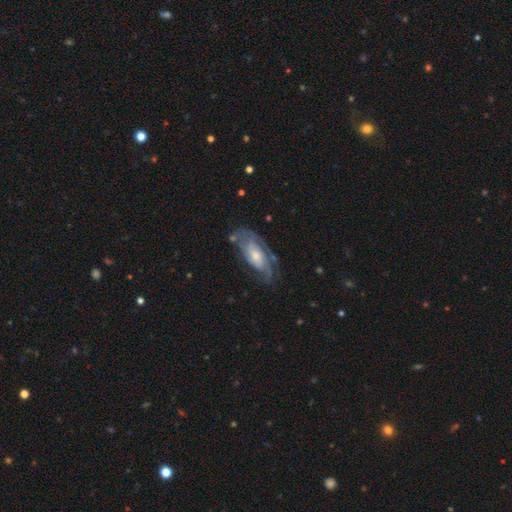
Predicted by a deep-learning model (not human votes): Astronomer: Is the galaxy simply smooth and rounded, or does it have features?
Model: featured or disk — 75%.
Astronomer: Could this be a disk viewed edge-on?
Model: no — 91%.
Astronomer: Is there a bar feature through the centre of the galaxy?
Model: no — 68%.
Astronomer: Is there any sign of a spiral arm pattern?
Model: yes — 86%.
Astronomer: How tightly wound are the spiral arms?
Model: tight — 51% (runner-up: medium, 36%).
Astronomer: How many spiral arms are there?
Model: can't tell — 38% (runner-up: 2, 36%).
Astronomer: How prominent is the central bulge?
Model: moderate — 50% (runner-up: small, 37%).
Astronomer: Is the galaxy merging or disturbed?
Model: none — 61%.